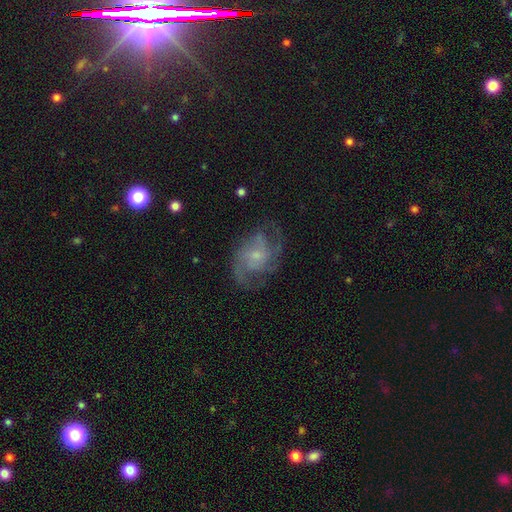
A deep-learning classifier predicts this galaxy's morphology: type=featured or disk (80%); edge-on=no (97%); bar=no (63%); spiral arms=yes (92%); winding=medium (50%); arm count=2 (34%); bulge=small (65%); merging=none (65%).